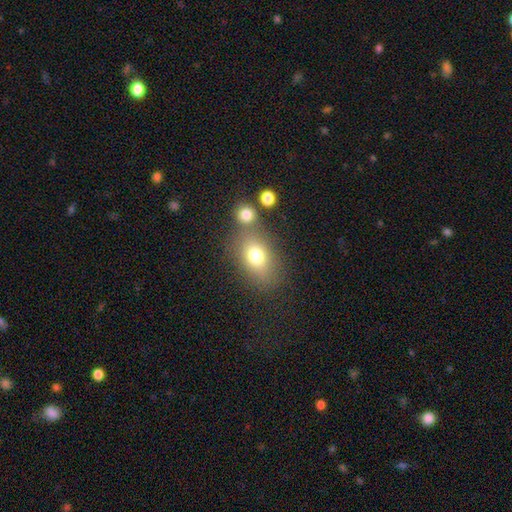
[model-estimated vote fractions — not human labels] smooth-or-featured: smooth: 75% | featured or disk: 13% | star or artifact: 11%
  how-rounded: in between: 72% | round: 25% | cigar-shaped: 2%
  merging: none: 58% | merger: 22% | minor disturbance: 13% | major disturbance: 6%